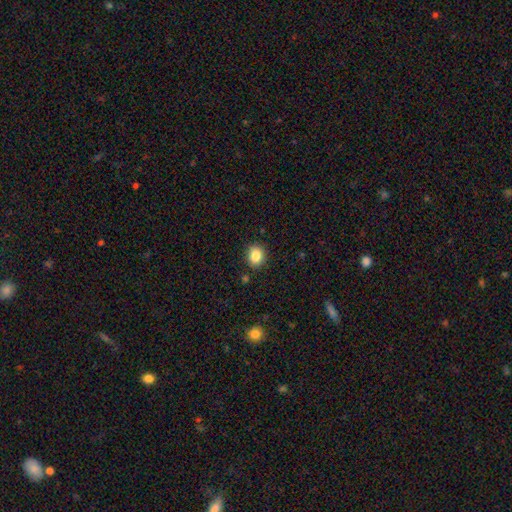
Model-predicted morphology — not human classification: This is clearly a smooth galaxy (85%). How rounded: likely round (66%). Merging: clearly none (88%).